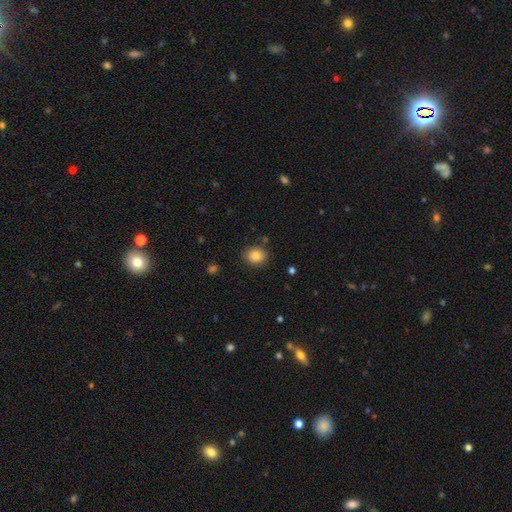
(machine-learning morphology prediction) smooth_or_featured: smooth (p=0.85) [alt: star or artifact p=0.09]
how_rounded: round (p=0.64) [alt: in between p=0.35]
merging: none (p=0.86) [alt: minor disturbance p=0.09]